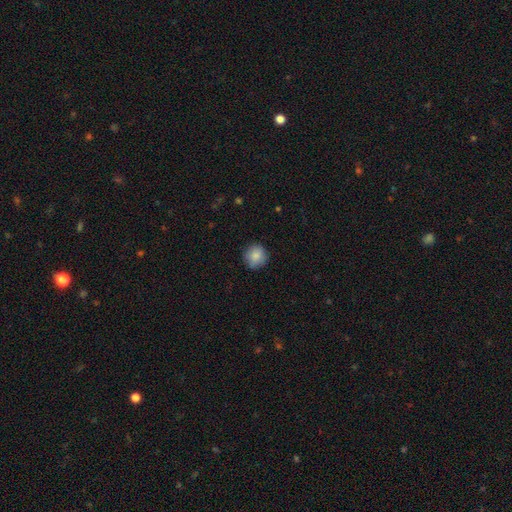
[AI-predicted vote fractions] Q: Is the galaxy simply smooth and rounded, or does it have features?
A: smooth — 86%.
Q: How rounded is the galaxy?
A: round — 93%.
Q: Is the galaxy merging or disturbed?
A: none — 88%.